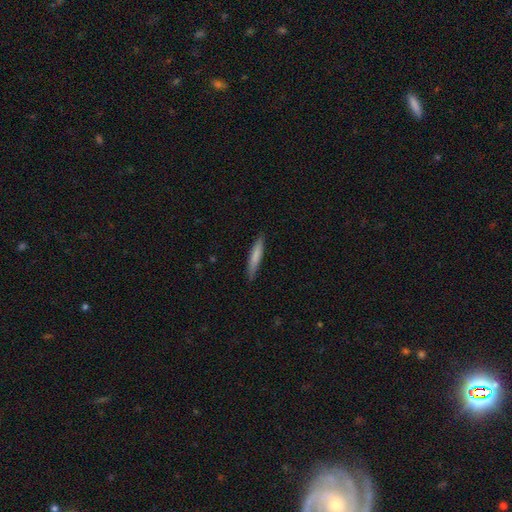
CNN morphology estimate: Smooth or featured: smooth — 75% (featured or disk — 20%)
How rounded: cigar-shaped — 92% (in between — 7%)
Merging: none — 88% (minor disturbance — 9%)